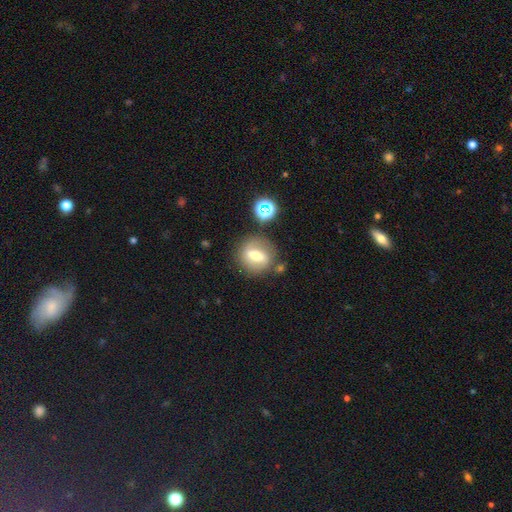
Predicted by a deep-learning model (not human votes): Smooth or featured: smooth — 51% (featured or disk — 38%)
How rounded: round — 59% (in between — 35%)
Merging: none — 73% (minor disturbance — 14%)